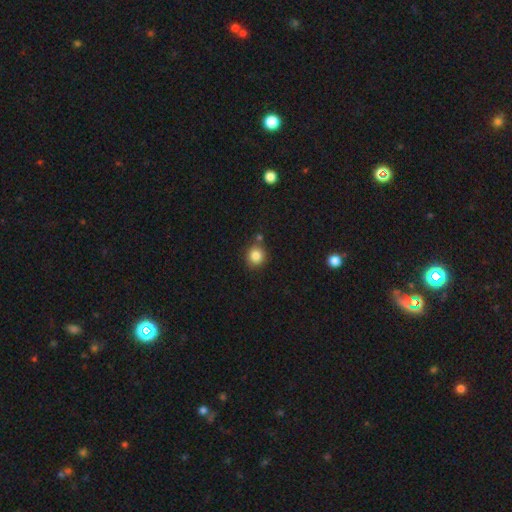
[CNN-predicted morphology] smooth-or-featured: smooth: 85% | star or artifact: 10% | featured or disk: 5%
  how-rounded: round: 87% | in between: 12% | cigar-shaped: 1%
  merging: none: 75% | minor disturbance: 12% | merger: 10% | major disturbance: 3%